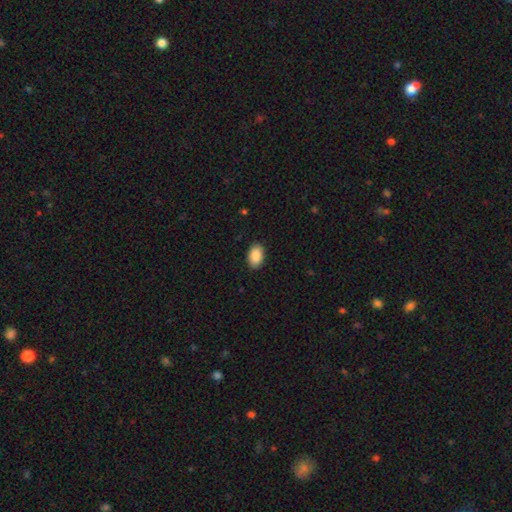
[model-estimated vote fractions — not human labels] This appears to be a smooth galaxy with no disk features (89%) that is in between round and cigar-shaped (92%). Merging: none (89%).